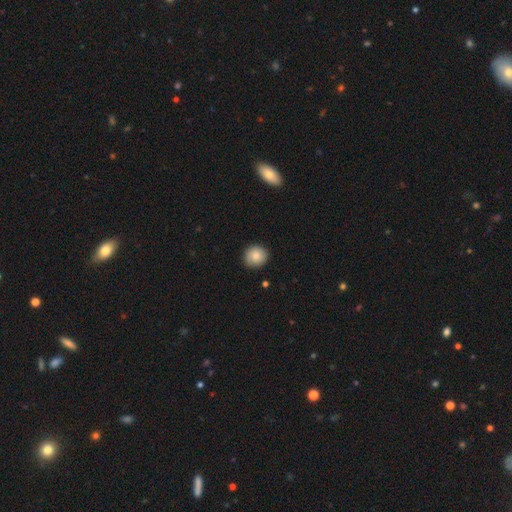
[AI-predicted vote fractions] smooth-or-featured: smooth: 82% | featured or disk: 9% | star or artifact: 8%
  how-rounded: round: 90% | in between: 9% | cigar-shaped: 1%
  merging: none: 88% | minor disturbance: 9% | major disturbance: 2% | merger: 1%